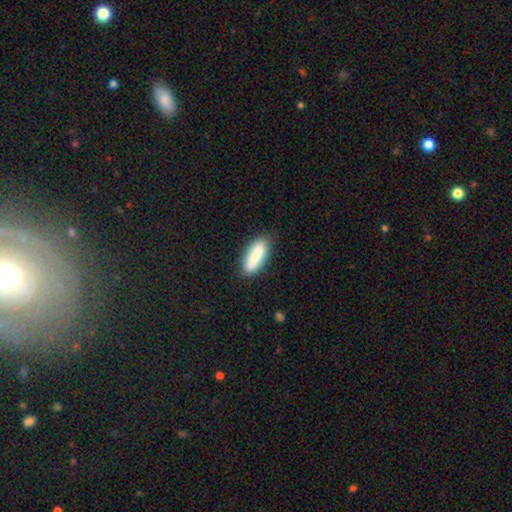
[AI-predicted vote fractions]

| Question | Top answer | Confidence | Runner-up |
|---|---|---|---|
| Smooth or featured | smooth | 84% | featured or disk (9%) |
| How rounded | in between | 55% | cigar-shaped (43%) |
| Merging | none | 83% | minor disturbance (13%) |